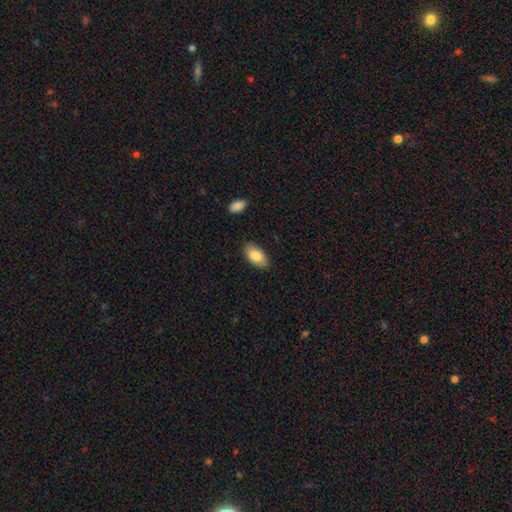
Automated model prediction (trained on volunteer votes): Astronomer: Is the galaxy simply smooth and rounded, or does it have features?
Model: smooth — 85%.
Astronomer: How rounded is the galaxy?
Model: in between — 94%.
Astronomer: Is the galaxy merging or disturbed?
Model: none — 84%.